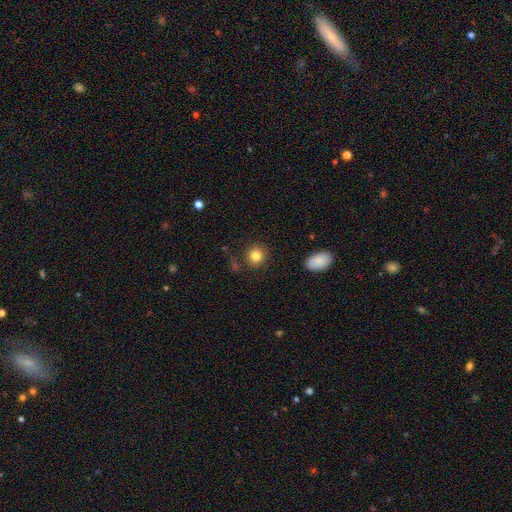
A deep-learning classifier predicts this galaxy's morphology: Smooth or featured?
  - smooth: 83% *
  - star or artifact: 10%
  - featured or disk: 7%
How rounded?
  - round: 88% *
  - in between: 11%
  - cigar-shaped: 1%
Merging?
  - none: 85% *
  - minor disturbance: 9%
  - major disturbance: 3%
  - merger: 3%